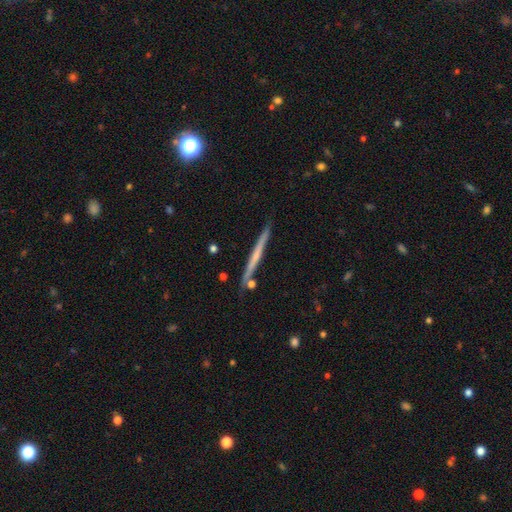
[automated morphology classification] This appears to be a featured or disk galaxy (57%) viewed edge-on (97%) with no central bulge (75%). Merging: none (87%).